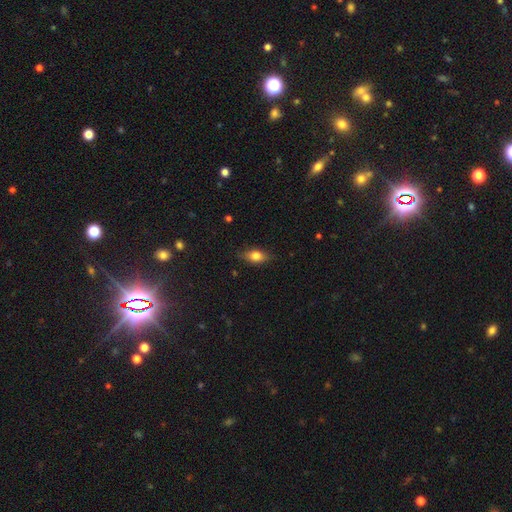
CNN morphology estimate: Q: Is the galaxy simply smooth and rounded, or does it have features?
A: smooth — 76%.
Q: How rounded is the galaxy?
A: in between — 80%.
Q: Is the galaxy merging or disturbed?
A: none — 81%.